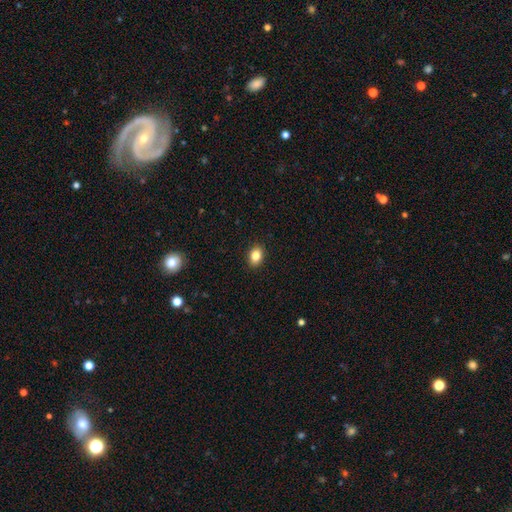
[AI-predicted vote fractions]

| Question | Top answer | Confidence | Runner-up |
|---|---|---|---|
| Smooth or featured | smooth | 85% | star or artifact (9%) |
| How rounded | in between | 75% | round (24%) |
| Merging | none | 91% | minor disturbance (7%) |